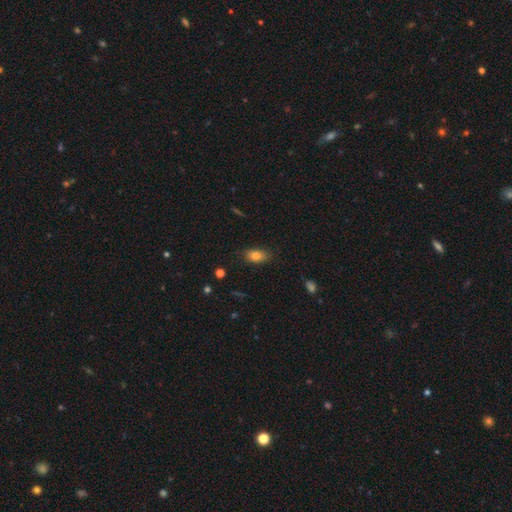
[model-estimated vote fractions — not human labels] smooth 80%, featured or disk 10%, star or artifact 10%. Down the decision tree: how rounded — in between (86%); merging — none (80%).